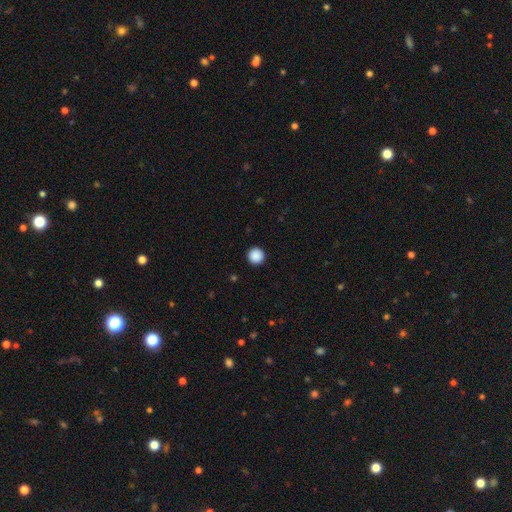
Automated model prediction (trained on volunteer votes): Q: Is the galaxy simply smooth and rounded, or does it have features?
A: smooth — 89%.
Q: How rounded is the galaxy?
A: round — 96%.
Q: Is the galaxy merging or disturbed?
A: none — 94%.